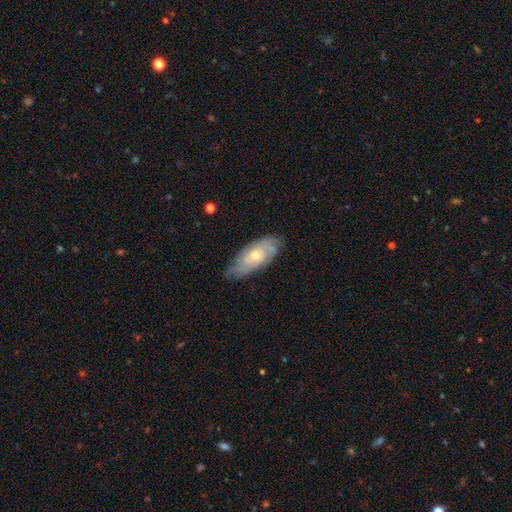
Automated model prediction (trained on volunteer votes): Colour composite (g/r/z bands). It shows a featured or disk galaxy (67%) with no bar (79%), spiral arms (84%) and a moderate central bulge (53%). Merging: none (71%).